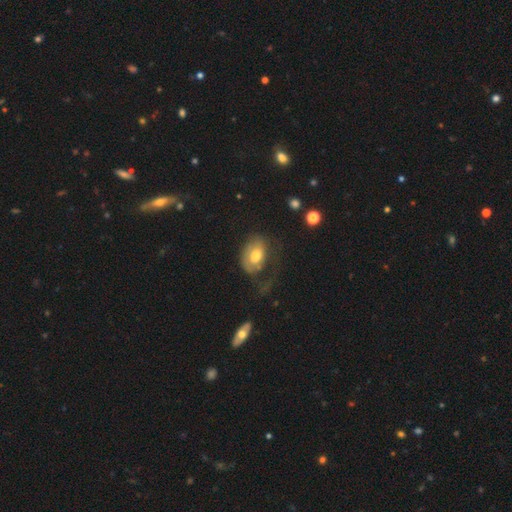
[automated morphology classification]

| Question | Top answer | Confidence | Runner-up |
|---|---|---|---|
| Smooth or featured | smooth | 59% | featured or disk (33%) |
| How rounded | in between | 83% | round (16%) |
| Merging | none | 37% | major disturbance (36%) |